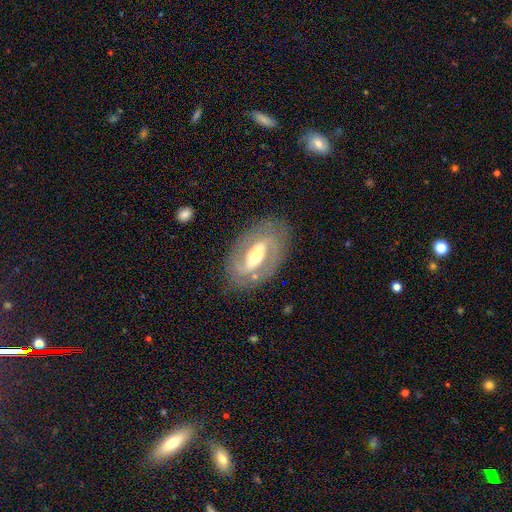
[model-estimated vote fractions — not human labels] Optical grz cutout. It shows a featured or disk galaxy (79%) with a strong bar (48%), 2 (82%) medium (42%) spiral arms (77%) and a moderate central bulge (62%). Merging: none (80%).